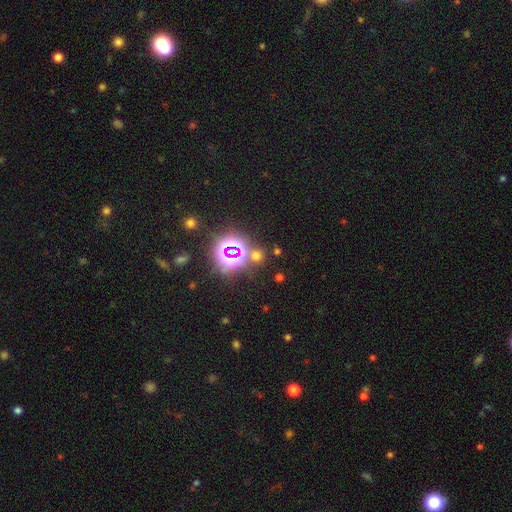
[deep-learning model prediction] Smooth or featured? star or artifact (49%)